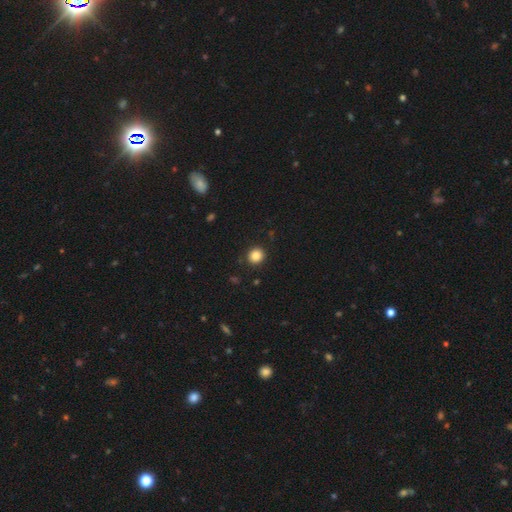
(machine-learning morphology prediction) Overall: smooth (85%). How rounded: round (90%). Merging: none (91%).